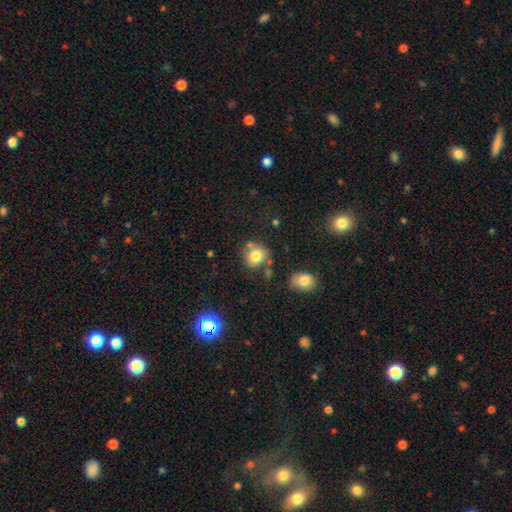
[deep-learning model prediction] This appears to be a smooth galaxy with no disk features (79%) that is round (74%). Merging: none (66%).